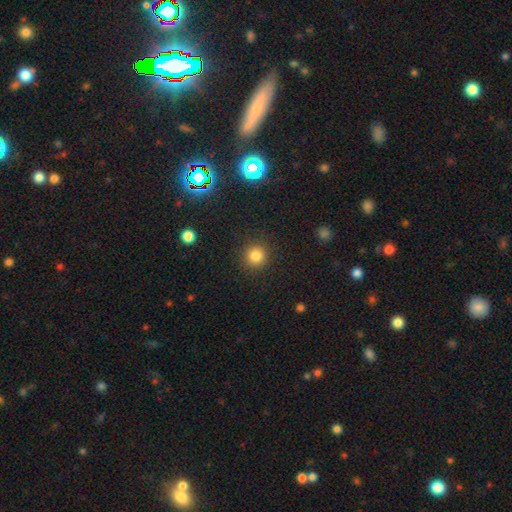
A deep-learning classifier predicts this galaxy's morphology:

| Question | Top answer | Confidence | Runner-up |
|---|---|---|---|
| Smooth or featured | smooth | 83% | star or artifact (13%) |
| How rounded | round | 93% | in between (6%) |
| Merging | none | 90% | minor disturbance (6%) |